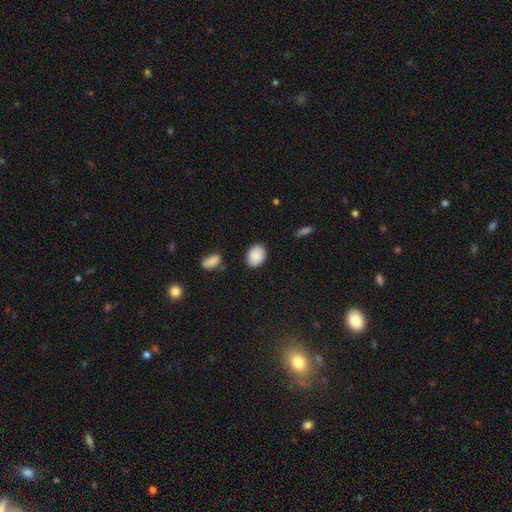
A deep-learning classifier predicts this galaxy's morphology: Q: Smooth or featured?
A: smooth (89%); runner-up: star or artifact (7%)
Q: How rounded?
A: in between (70%); runner-up: round (29%)
Q: Merging?
A: none (84%); runner-up: minor disturbance (11%)